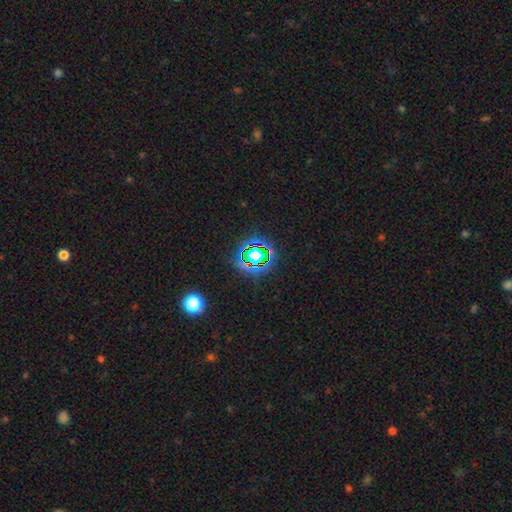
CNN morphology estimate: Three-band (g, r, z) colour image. It shows a star or artifact, not a galaxy (69%).